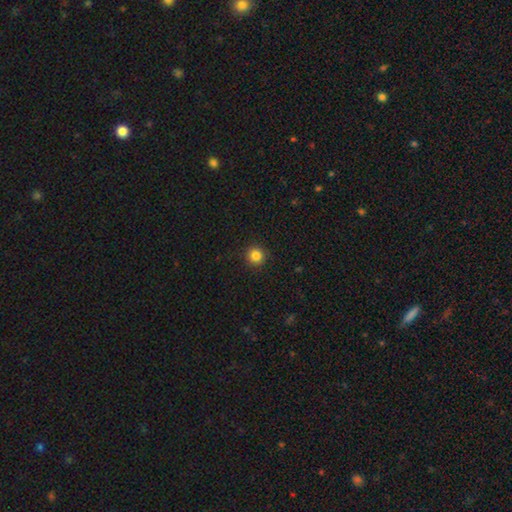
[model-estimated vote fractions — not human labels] Morphology: type=smooth (84%); roundness=round (94%); merging=none (92%).